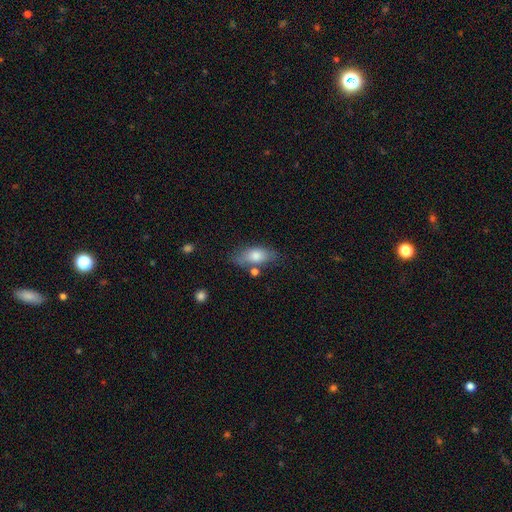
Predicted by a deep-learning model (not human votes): A smooth galaxy with no disk features (75%) that is in between round and cigar-shaped (82%). Merging: none (66%).